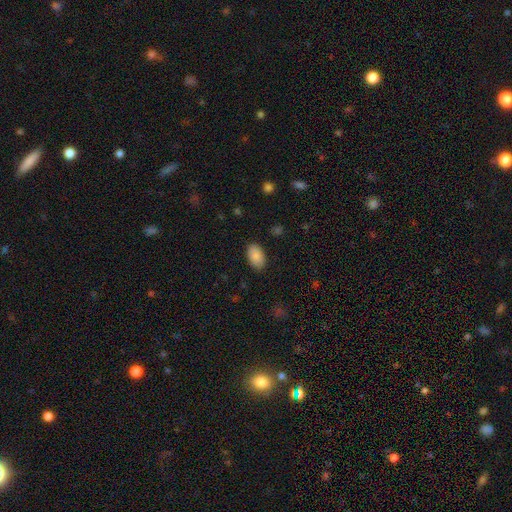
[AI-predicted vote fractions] Overall: smooth (88%). How rounded: in between (93%). Merging: none (87%).